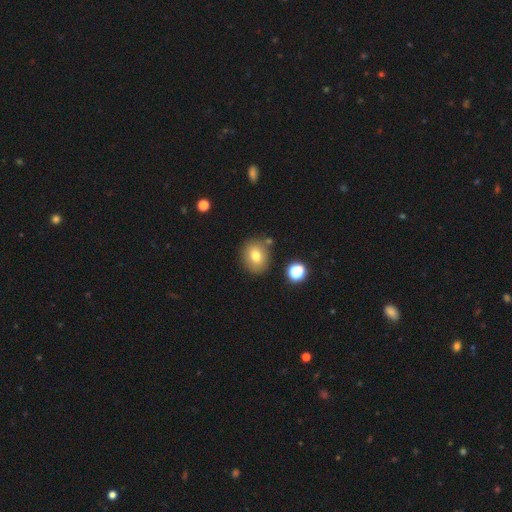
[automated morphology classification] This appears to be a smooth galaxy with no disk features (75%) that is round (60%). Merging: none (80%).